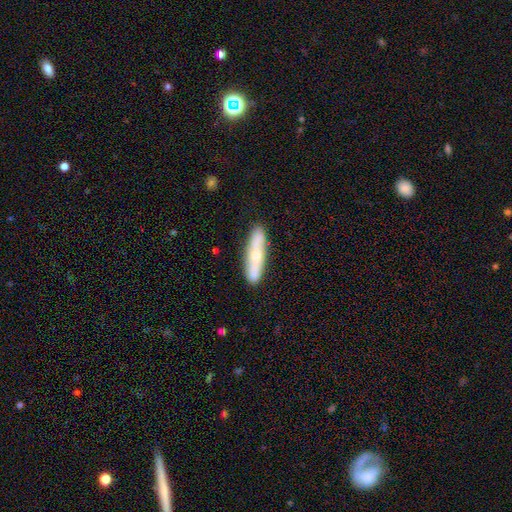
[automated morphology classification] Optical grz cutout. It shows a smooth galaxy with no disk features (50%). Merging: none (86%).